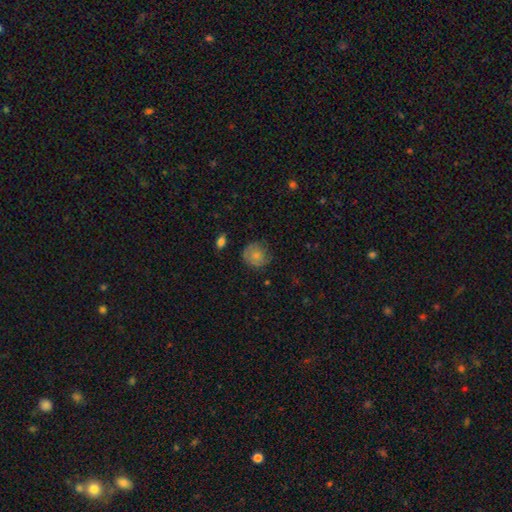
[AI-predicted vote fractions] Q: Smooth or featured?
A: smooth (74%); runner-up: featured or disk (18%)
Q: How rounded?
A: round (85%); runner-up: in between (14%)
Q: Merging?
A: none (67%); runner-up: minor disturbance (25%)